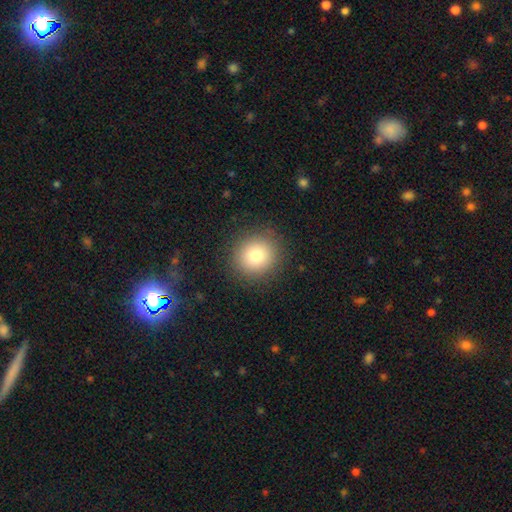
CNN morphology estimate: A smooth galaxy with no disk features (80%) that is round (90%).

Vote fractions:
- Smooth or featured? smooth: 80% / star or artifact: 11% / featured or disk: 9%
- How rounded? round: 90% / in between: 9% / cigar-shaped: 1%
- Merging? none: 89% / minor disturbance: 7% / major disturbance: 3% / merger: 1%